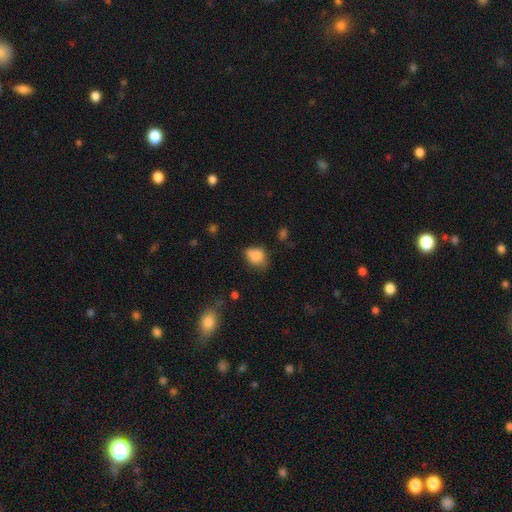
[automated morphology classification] Smooth or featured: smooth — 82% (star or artifact — 10%)
How rounded: in between — 59% (round — 40%)
Merging: none — 44% (minor disturbance — 37%)